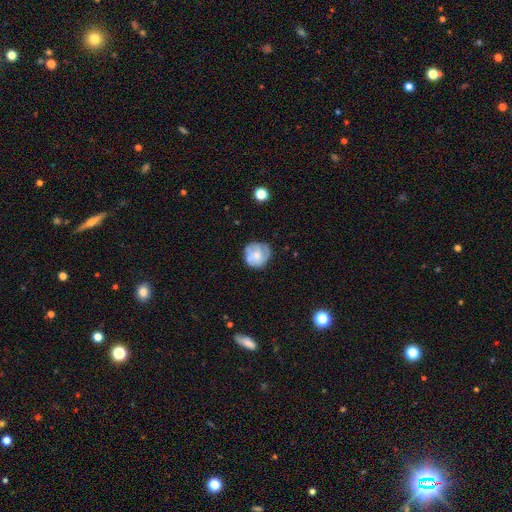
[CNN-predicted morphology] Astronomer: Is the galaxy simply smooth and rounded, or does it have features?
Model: featured or disk — 49% (runner-up: smooth, 43%).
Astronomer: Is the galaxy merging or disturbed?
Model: none — 68%.